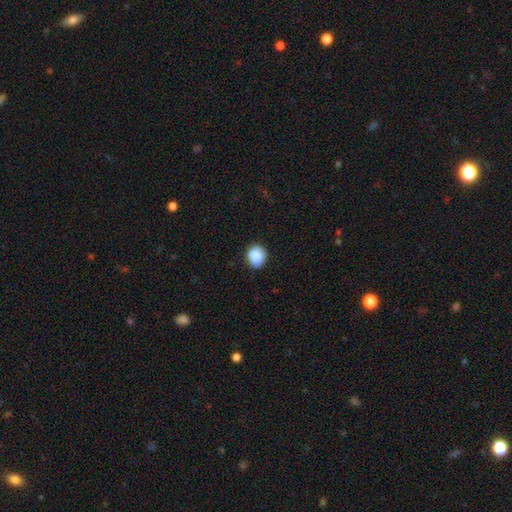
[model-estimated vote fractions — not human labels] Smooth or featured? smooth (88%)
How rounded? round (71%)
Merging? none (83%)